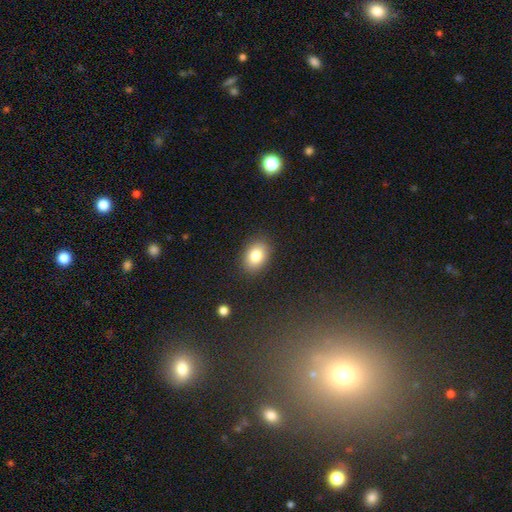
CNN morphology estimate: A smooth galaxy with no disk features (82%) that is in between round and cigar-shaped (75%).

Vote fractions:
- Smooth or featured? smooth: 82% / featured or disk: 9% / star or artifact: 9%
- How rounded? in between: 75% / round: 24% / cigar-shaped: 1%
- Merging? none: 87% / minor disturbance: 9% / major disturbance: 3% / merger: 1%